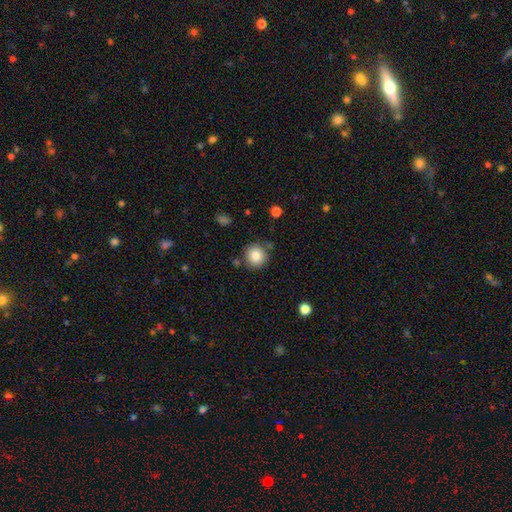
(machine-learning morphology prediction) Q: Smooth or featured?
A: smooth (84%); runner-up: star or artifact (9%)
Q: How rounded?
A: round (93%); runner-up: in between (6%)
Q: Merging?
A: none (82%); runner-up: minor disturbance (9%)